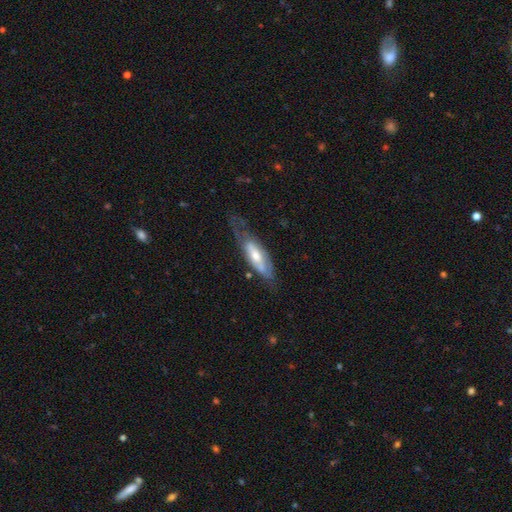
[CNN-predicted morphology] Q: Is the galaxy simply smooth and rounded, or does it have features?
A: featured or disk — 58%.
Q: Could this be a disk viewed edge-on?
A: no — 71%.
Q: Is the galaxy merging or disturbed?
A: none — 39%.